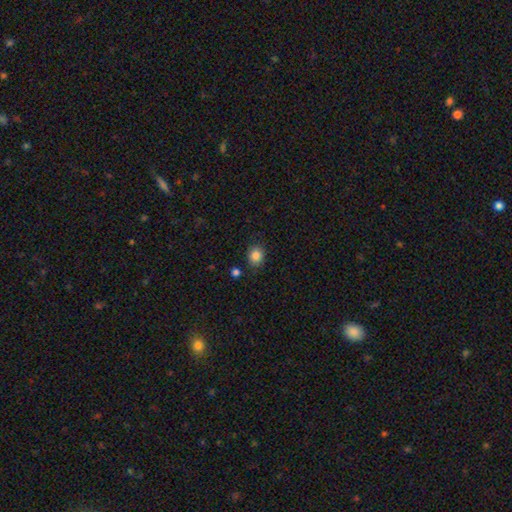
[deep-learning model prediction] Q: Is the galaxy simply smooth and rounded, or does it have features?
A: smooth — 85%.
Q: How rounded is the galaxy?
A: round — 72%.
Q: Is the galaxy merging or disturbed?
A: none — 84%.